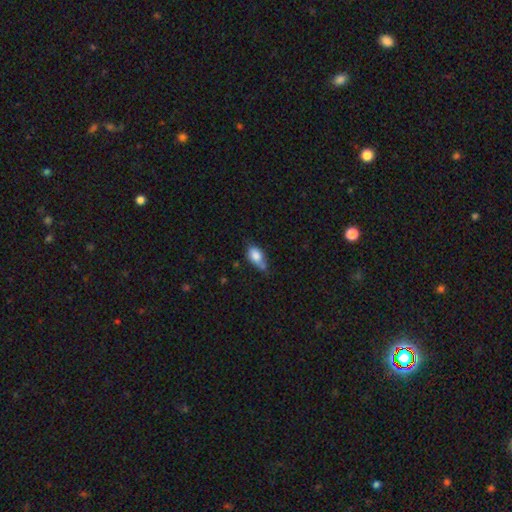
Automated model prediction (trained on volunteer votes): A smooth galaxy with no disk features (80%) that is in between round and cigar-shaped (85%). Merging: minor disturbance (38%).